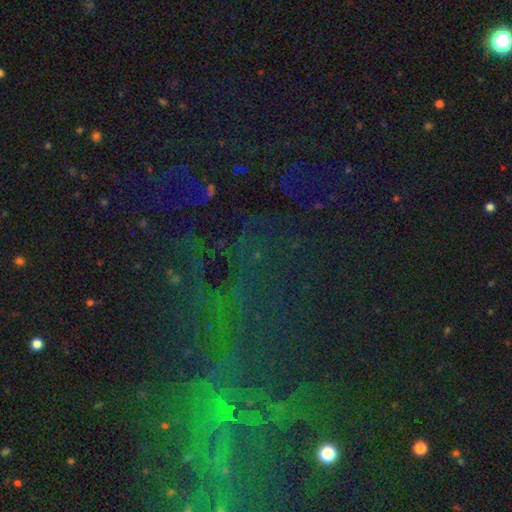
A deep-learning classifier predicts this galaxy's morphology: star or artifact 69%, featured or disk 17%, smooth 14%.